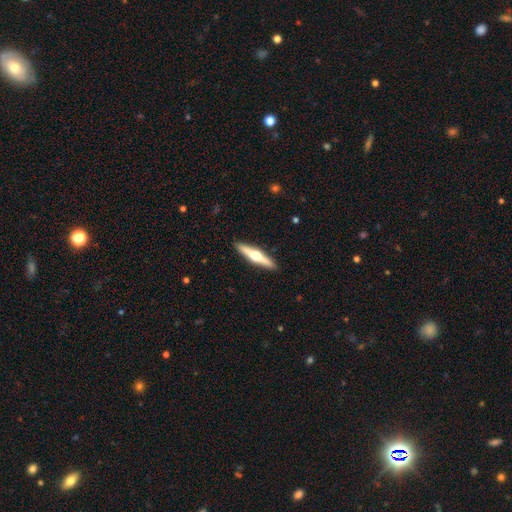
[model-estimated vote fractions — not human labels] smooth-or-featured: featured or disk: 67% | smooth: 29% | star or artifact: 5%
  disk-edge-on: yes: 97% | no: 3%
    edge-on-bulge: rounded: 95% | none: 3% | boxy: 2%
  merging: none: 92% | minor disturbance: 6% | major disturbance: 1% | merger: 1%